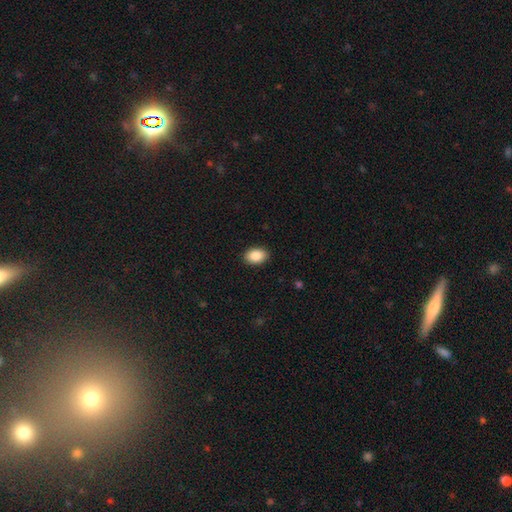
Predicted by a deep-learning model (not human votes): Morphology: type=smooth (89%); roundness=in between (84%); merging=none (90%).